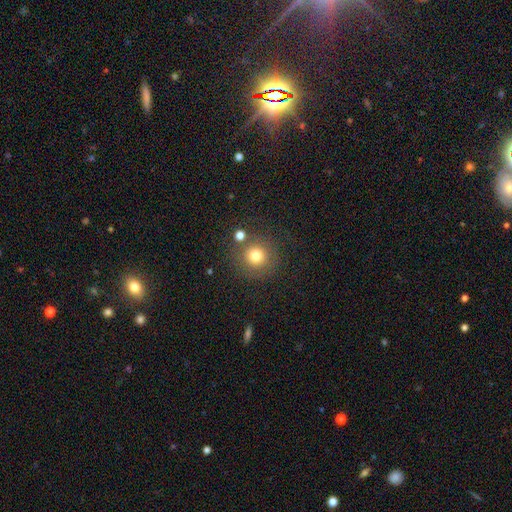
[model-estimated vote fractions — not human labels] Smooth or featured: smooth — 77% (star or artifact — 14%)
How rounded: round — 94% (in between — 5%)
Merging: none — 78% (minor disturbance — 9%)